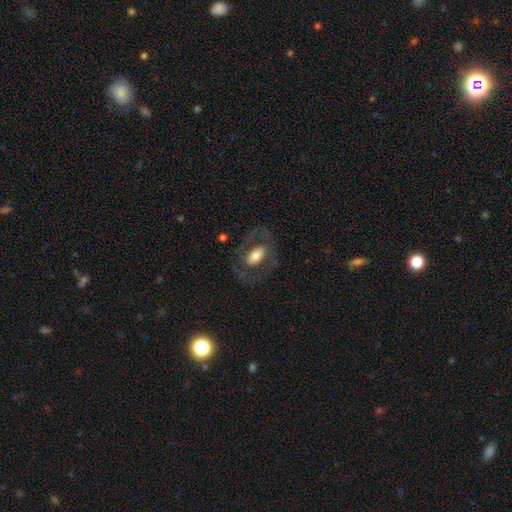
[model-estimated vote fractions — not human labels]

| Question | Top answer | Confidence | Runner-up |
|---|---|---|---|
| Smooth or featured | featured or disk | 48% | smooth (46%) |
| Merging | none | 68% | major disturbance (16%) |